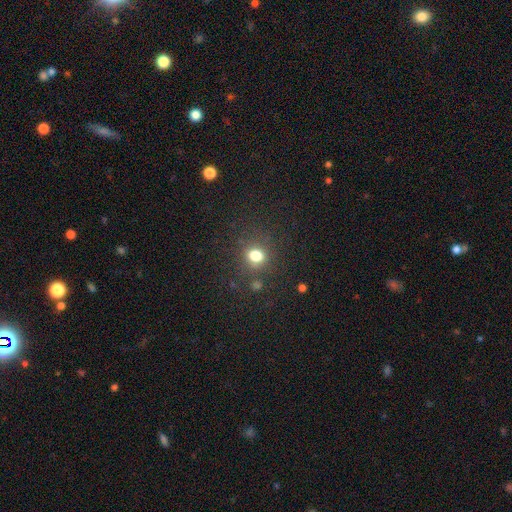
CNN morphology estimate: Smooth or featured?
  - smooth: 77% *
  - star or artifact: 17%
  - featured or disk: 6%
How rounded?
  - round: 76% *
  - in between: 23%
  - cigar-shaped: 1%
Merging?
  - none: 79% *
  - minor disturbance: 11%
  - major disturbance: 5%
  - merger: 4%